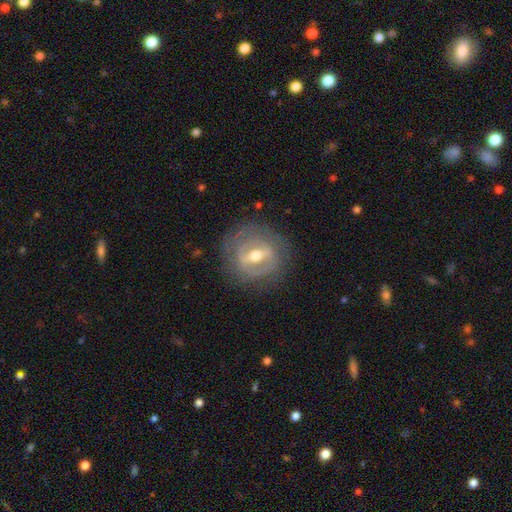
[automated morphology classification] This appears to be a featured or disk galaxy (76%) with a strong bar (55%), spiral arms (51%) and a moderate central bulge (72%). Merging: none (78%).